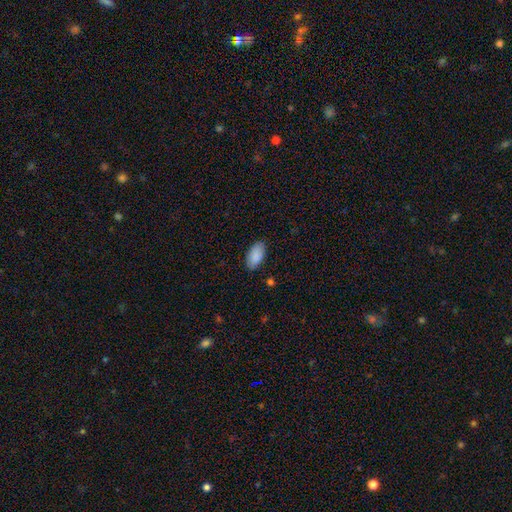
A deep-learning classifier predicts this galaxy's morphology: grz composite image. It shows a smooth galaxy with no disk features (88%) that is in between round and cigar-shaped (95%). Merging: none (85%).